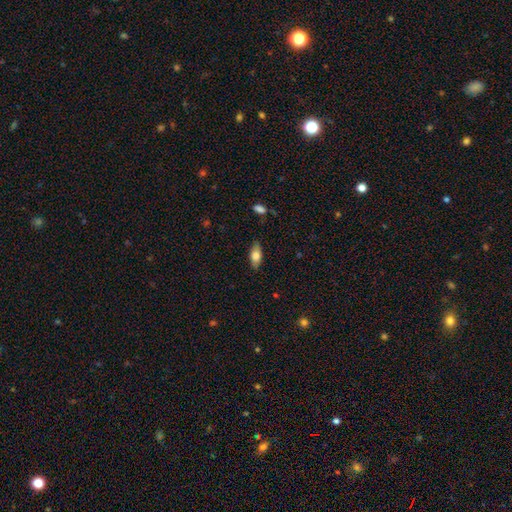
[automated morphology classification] smooth 75%, featured or disk 18%, star or artifact 7%. Down the decision tree: how rounded — in between (84%); merging — none (83%).